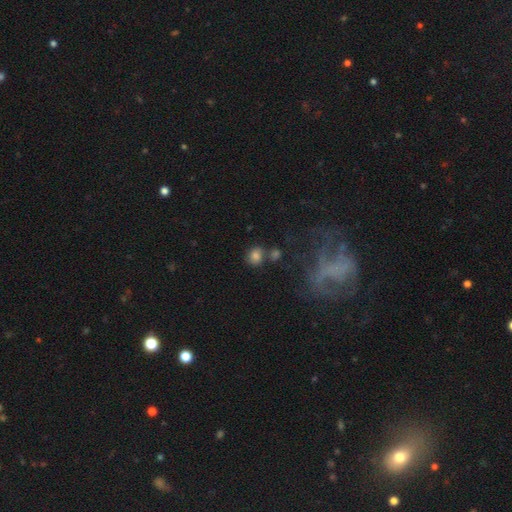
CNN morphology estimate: Overall: smooth (76%). How rounded: round (68%; in between 30%). Merging: none (61%).